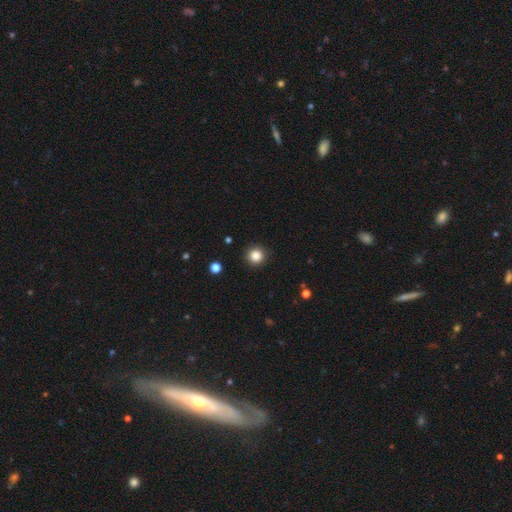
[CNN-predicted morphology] smooth 85%, star or artifact 12%, featured or disk 4%. Down the decision tree: how rounded — round (95%); merging — none (92%).